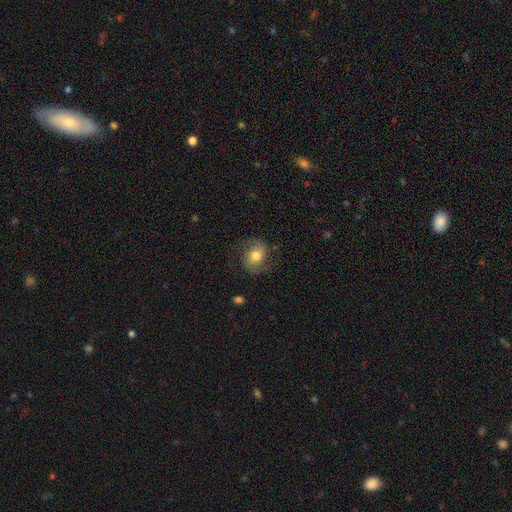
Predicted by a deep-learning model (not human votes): Smooth or featured? Predicted: featured or disk (p=0.64). Edge-on disk? Predicted: no (p=0.98). Bar? Predicted: no (p=0.64). Spiral arms? Predicted: yes (p=0.92). Spiral winding? Predicted: medium (p=0.49). Spiral arm count? Predicted: 2 (p=0.91). Bulge size? Predicted: moderate (p=0.69). Merging? Predicted: none (p=0.75).